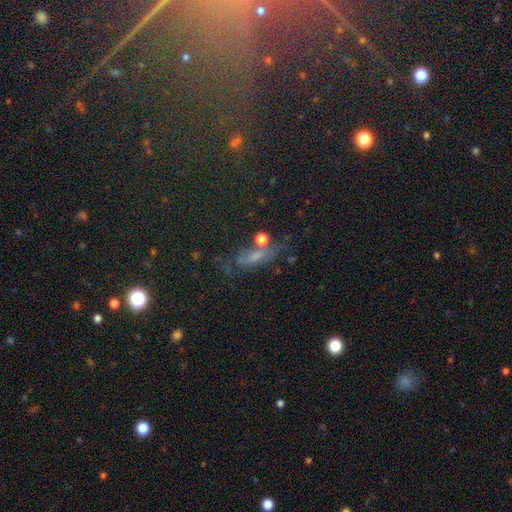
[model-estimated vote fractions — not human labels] Overall: smooth (39%; star or artifact 36%). Merging: none (55%; minor disturbance 20%).